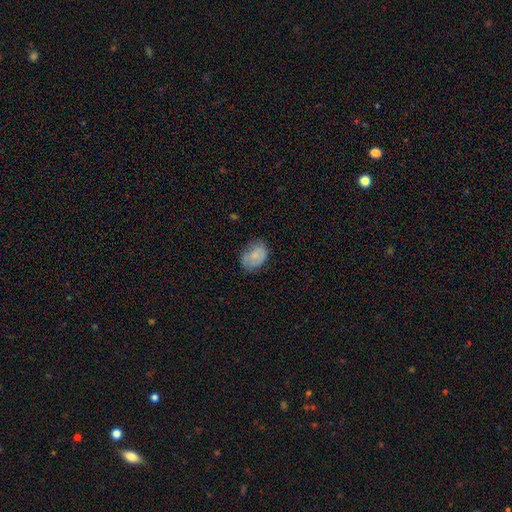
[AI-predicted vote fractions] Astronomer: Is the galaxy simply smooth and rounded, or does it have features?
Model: smooth — 71%.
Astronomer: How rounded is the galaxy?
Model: in between — 74%.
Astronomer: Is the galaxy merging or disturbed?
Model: none — 63%.